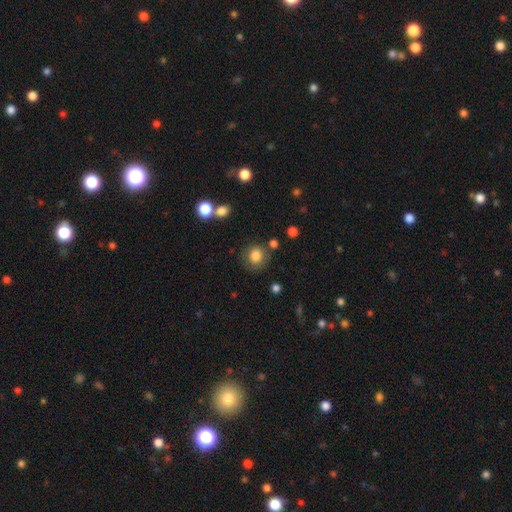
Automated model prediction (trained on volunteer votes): Smooth or featured? smooth (83%)
How rounded? round (84%)
Merging? none (79%)